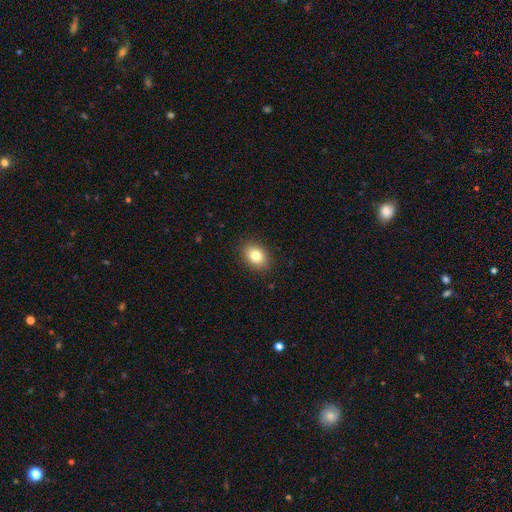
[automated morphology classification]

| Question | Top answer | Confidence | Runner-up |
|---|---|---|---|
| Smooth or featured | smooth | 82% | star or artifact (9%) |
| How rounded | in between | 71% | round (28%) |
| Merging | none | 89% | minor disturbance (8%) |